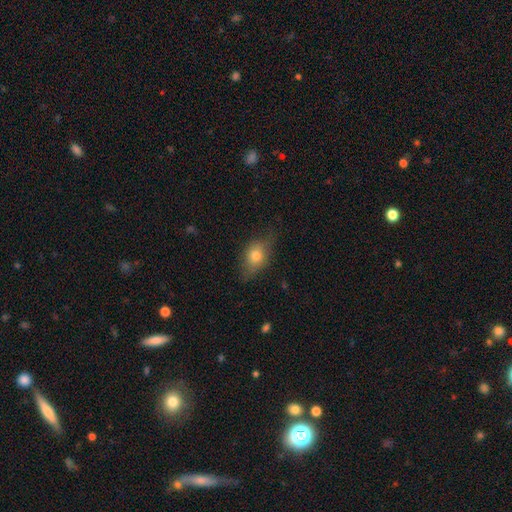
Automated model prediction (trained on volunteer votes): The model was most divided on "merging": none: 68%, minor disturbance: 24%, major disturbance: 7%, merger: 1%. More confident: how rounded — in between (76%); smooth or featured — smooth (70%).